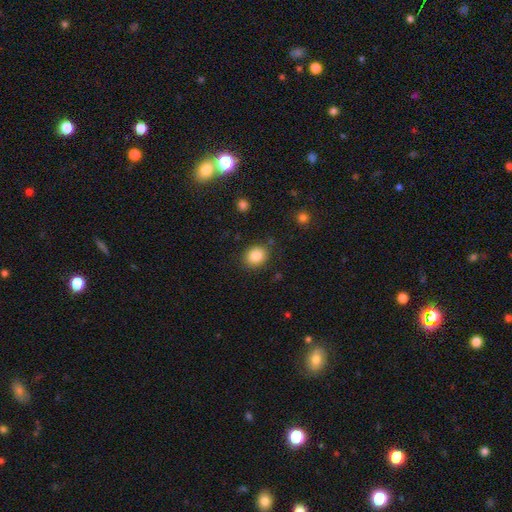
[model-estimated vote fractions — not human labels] smooth_or_featured: smooth (p=0.86) [alt: star or artifact p=0.09]
how_rounded: round (p=0.57) [alt: in between p=0.42]
merging: none (p=0.85) [alt: minor disturbance p=0.10]